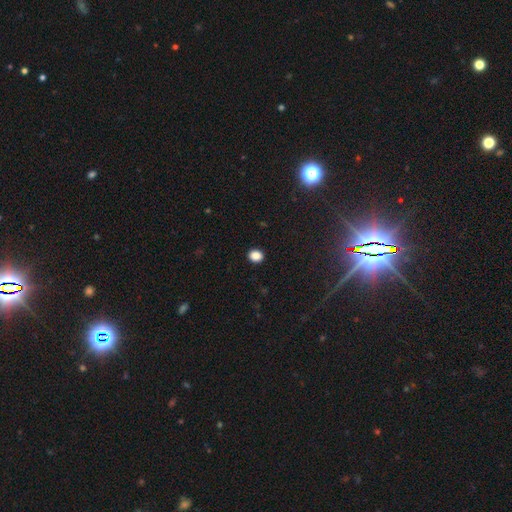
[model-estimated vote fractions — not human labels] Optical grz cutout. It shows a smooth galaxy with no disk features (87%) that is round (63%). Merging: none (91%).